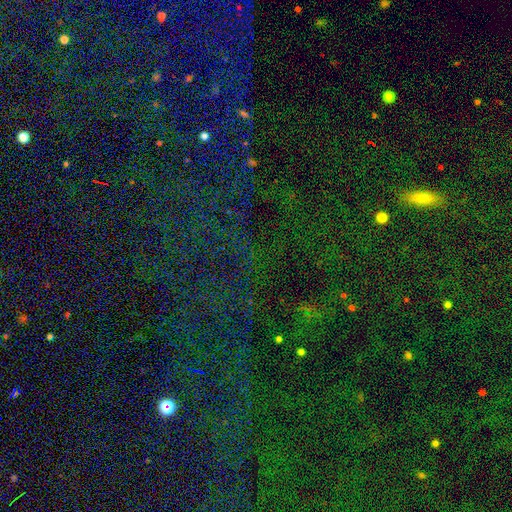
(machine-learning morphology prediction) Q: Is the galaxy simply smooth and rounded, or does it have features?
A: star or artifact — 75%.